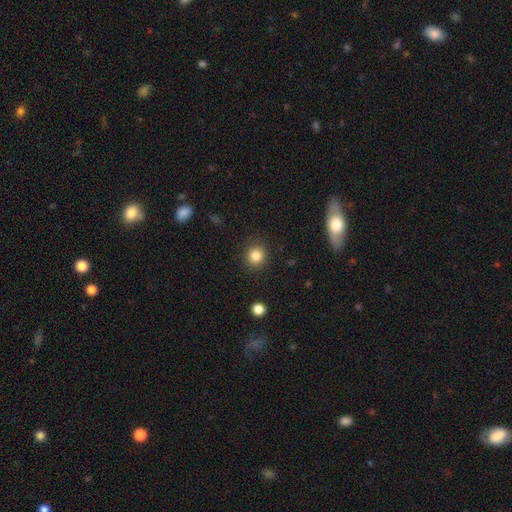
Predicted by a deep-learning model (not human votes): This is clearly a smooth galaxy (84%). How rounded: clearly round (91%). Merging: clearly none (90%).